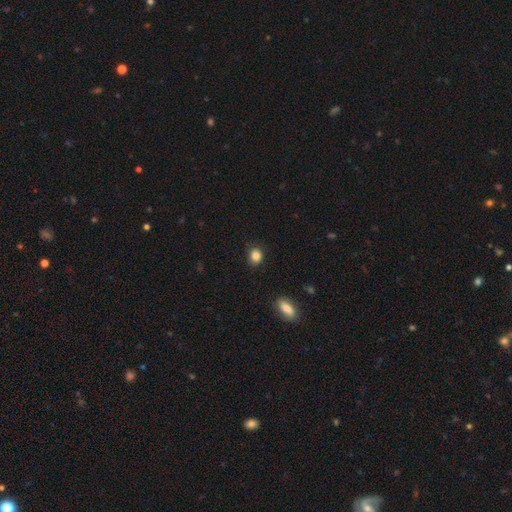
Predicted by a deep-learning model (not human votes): smooth 86%, star or artifact 10%, featured or disk 4%. Down the decision tree: how rounded — round (71%); merging — none (87%).